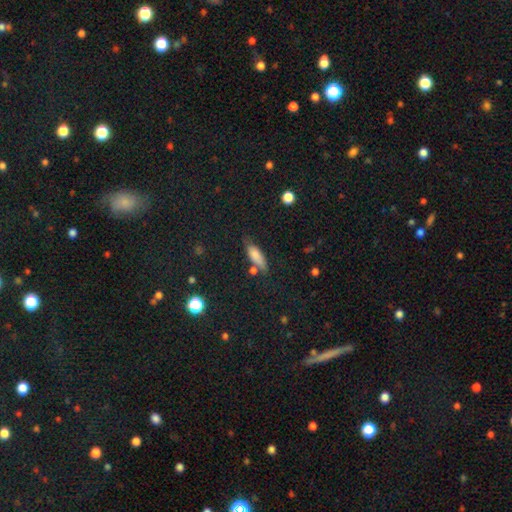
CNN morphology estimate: This is likely a smooth galaxy (79%). How rounded: likely in between (62%). Merging: likely none (61%).